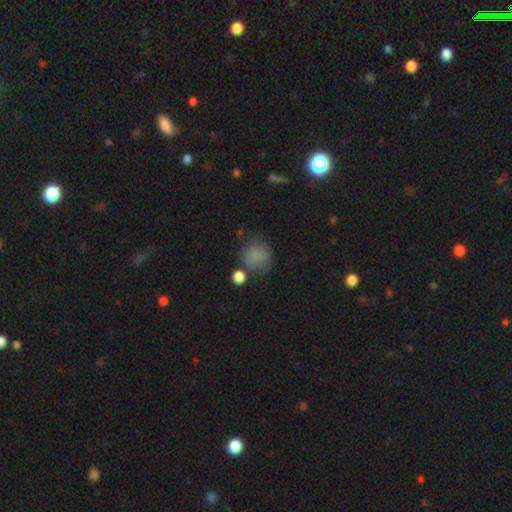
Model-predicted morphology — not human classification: A smooth galaxy with no disk features (80%) that is round (83%). Merging: none (62%).